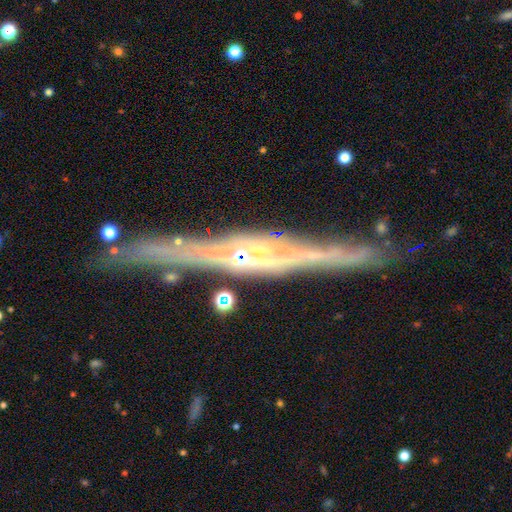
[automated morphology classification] The model was most divided on "edge-on bulge": rounded: 47%, none: 28%, boxy: 25%. More confident: edge-on disk — yes (96%); smooth or featured — featured or disk (85%); merging — none (85%).